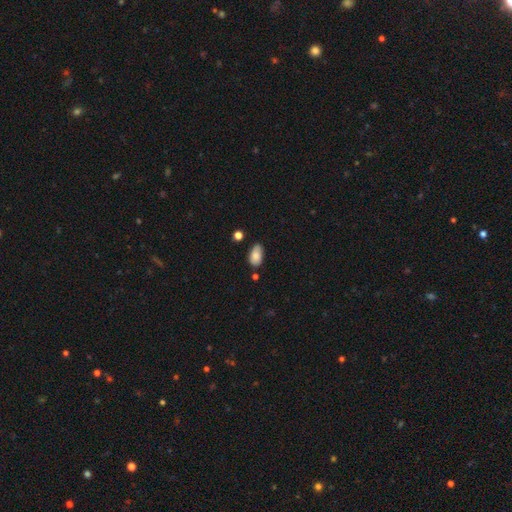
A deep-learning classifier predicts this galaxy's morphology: smooth-or-featured: smooth: 82% | featured or disk: 10% | star or artifact: 8%
  how-rounded: in between: 93% | round: 5% | cigar-shaped: 2%
  merging: none: 64% | minor disturbance: 28% | major disturbance: 5% | merger: 4%